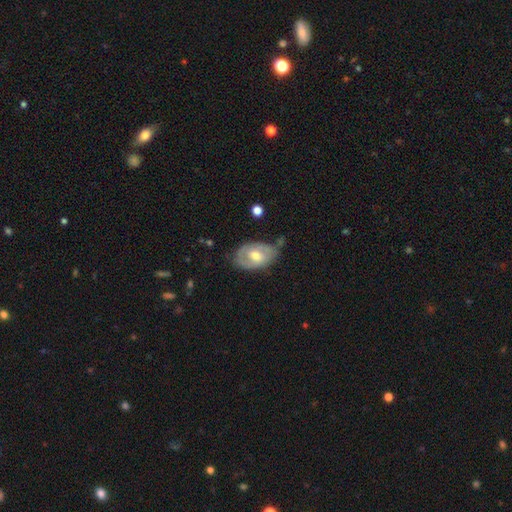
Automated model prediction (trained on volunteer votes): This appears to be a featured or disk galaxy (54%) with a weak bar (44%), spiral arms (52%) and a moderate central bulge (69%). Merging: none (52%).